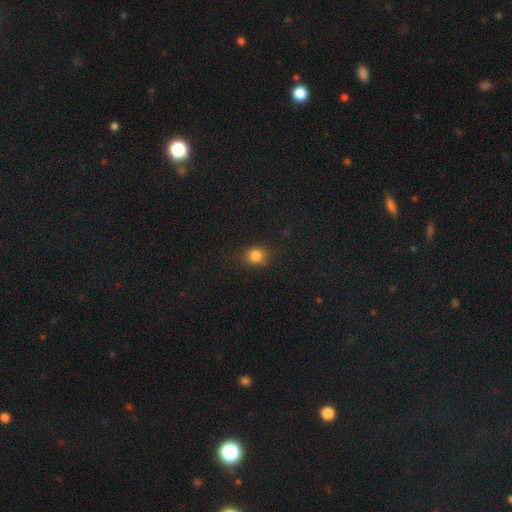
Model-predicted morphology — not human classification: Smooth or featured? Predicted: smooth (p=0.81). How rounded? Predicted: round (p=0.72). Merging? Predicted: none (p=0.78).